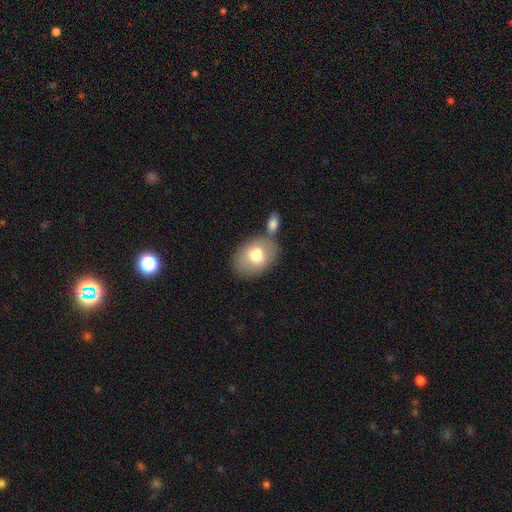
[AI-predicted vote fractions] smooth 73%, featured or disk 21%, star or artifact 6%. Down the decision tree: how rounded — in between (78%); merging — none (51%).